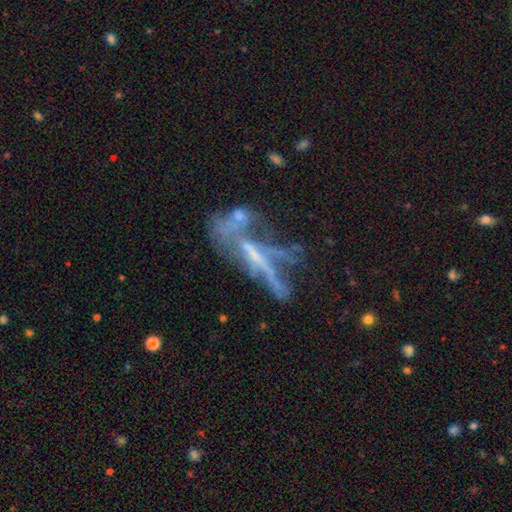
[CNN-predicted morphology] Smooth or featured: featured or disk — 64% (smooth — 20%)
Edge-on disk: no — 58% (yes — 42%)
Merging: merger — 41% (major disturbance — 25%)